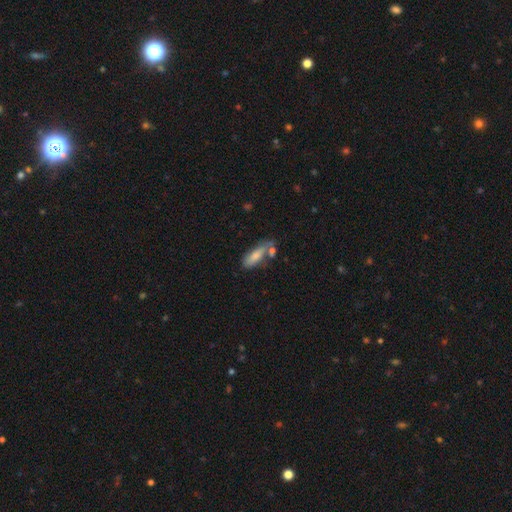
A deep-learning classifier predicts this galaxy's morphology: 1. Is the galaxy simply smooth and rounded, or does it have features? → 71% smooth, 22% featured or disk, 7% star or artifact.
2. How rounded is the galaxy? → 54% in between, 43% cigar-shaped, 2% round.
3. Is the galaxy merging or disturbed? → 46% none, 23% merger, 21% minor disturbance, 9% major disturbance.